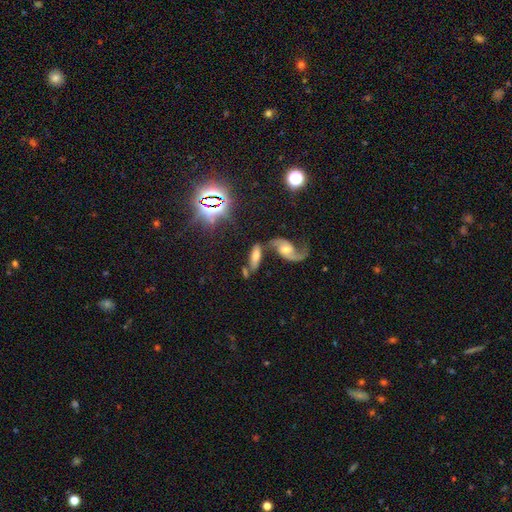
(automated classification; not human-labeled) smooth-or-featured: smooth: 45% | featured or disk: 39% | star or artifact: 16%
  merging: none: 41% | merger: 35% | minor disturbance: 14% | major disturbance: 9%